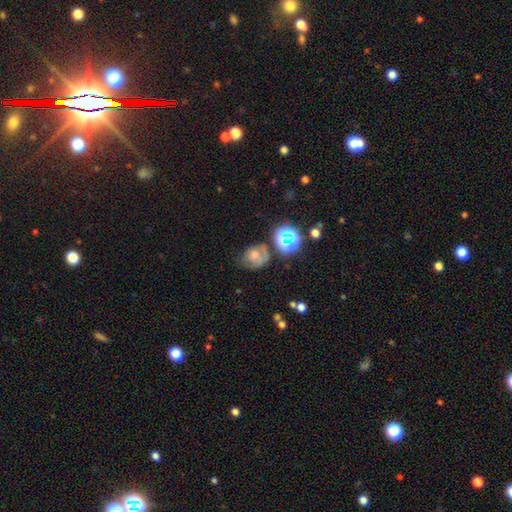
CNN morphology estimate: Overall: smooth (55%; featured or disk 26%). How rounded: round (58%; in between 41%). Merging: none (41%; minor disturbance 30%).